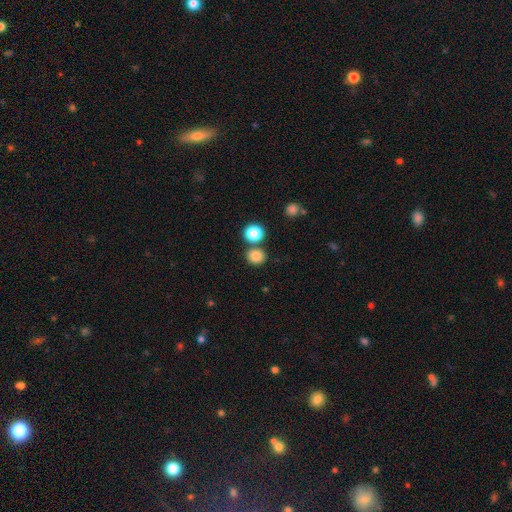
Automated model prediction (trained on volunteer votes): Morphology: type=smooth (83%); roundness=round (84%); merging=none (74%).